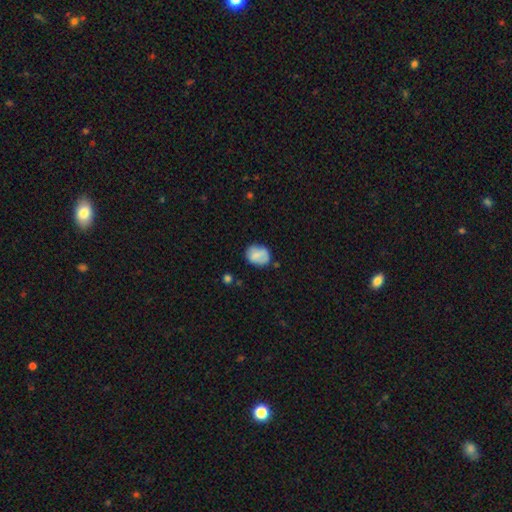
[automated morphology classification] type=smooth (73%); roundness=round (49%, tied with in between); merging=none (68%).